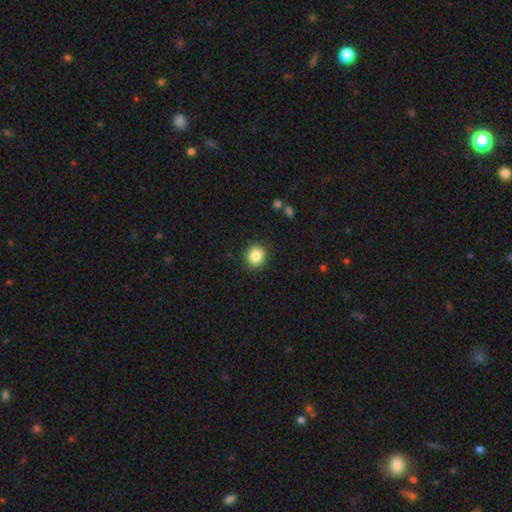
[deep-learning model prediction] Overall: smooth (86%). How rounded: round (86%). Merging: none (89%).